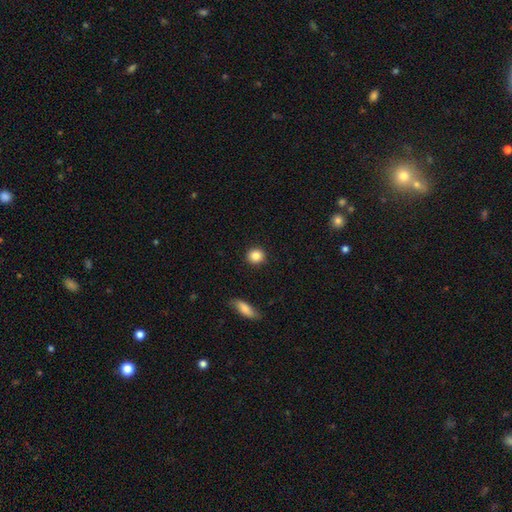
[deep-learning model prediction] Q: Smooth or featured?
A: smooth (87%); runner-up: star or artifact (9%)
Q: How rounded?
A: round (87%); runner-up: in between (11%)
Q: Merging?
A: none (91%); runner-up: minor disturbance (6%)